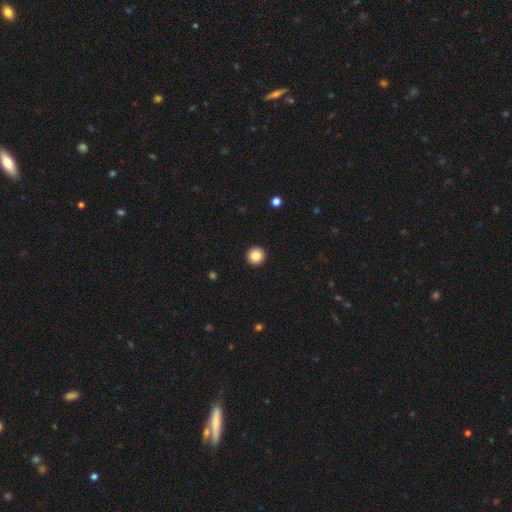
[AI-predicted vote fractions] A smooth galaxy with no disk features (85%) that is round (96%).

Vote fractions:
- Smooth or featured? smooth: 85% / star or artifact: 9% / featured or disk: 6%
- How rounded? round: 96% / in between: 3% / cigar-shaped: 1%
- Merging? none: 94% / minor disturbance: 4% / major disturbance: 1% / merger: 1%